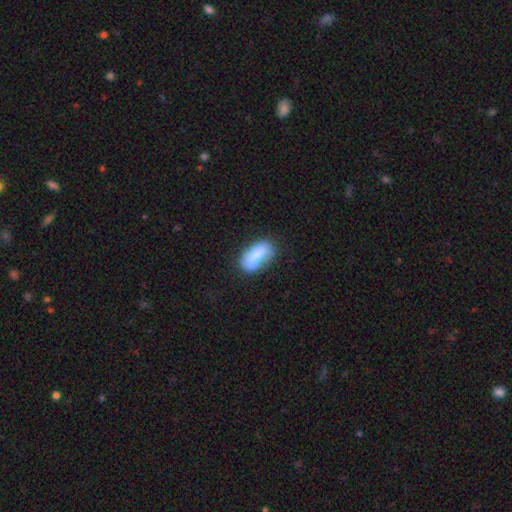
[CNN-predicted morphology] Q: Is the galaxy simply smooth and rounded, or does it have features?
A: smooth — 78%.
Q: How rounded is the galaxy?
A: in between — 86%.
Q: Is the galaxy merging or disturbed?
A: none — 60%.